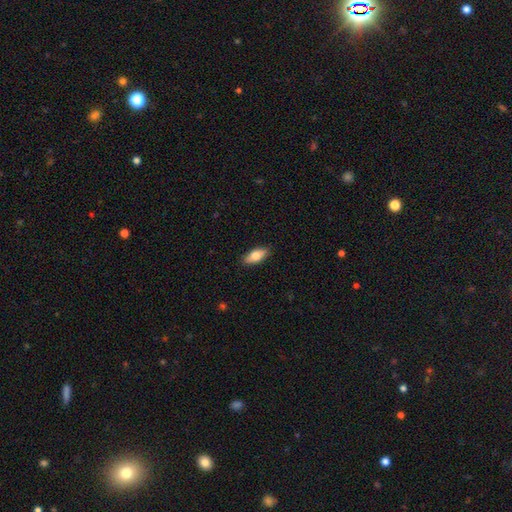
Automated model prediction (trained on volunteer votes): This is likely a smooth galaxy (75%). How rounded: clearly in between (83%). Merging: clearly none (89%).